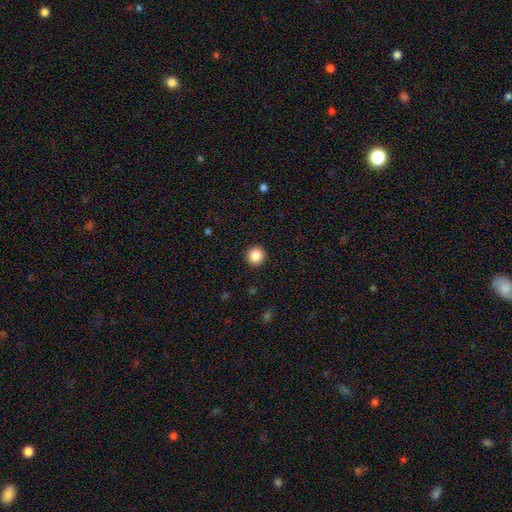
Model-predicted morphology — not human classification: Smooth or featured? smooth (87%)
How rounded? round (96%)
Merging? none (93%)